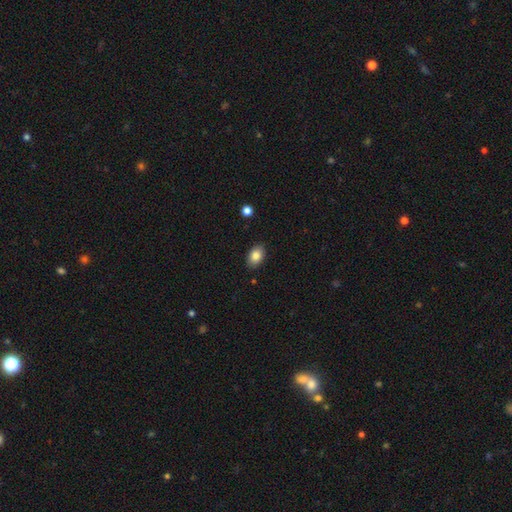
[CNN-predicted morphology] A smooth galaxy with no disk features (84%) that is in between round and cigar-shaped (88%). Merging: none (87%).